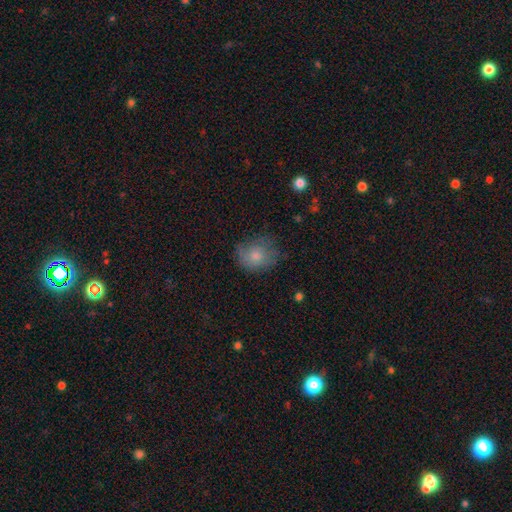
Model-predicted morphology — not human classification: This appears to be a smooth galaxy with no disk features (72%) that is round (61%). Merging: none (56%).